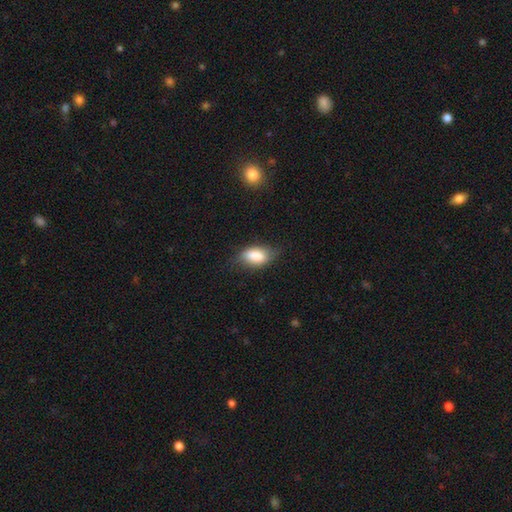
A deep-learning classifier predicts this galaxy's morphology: Q: Smooth or featured?
A: smooth (81%); runner-up: featured or disk (12%)
Q: How rounded?
A: in between (88%); runner-up: round (6%)
Q: Merging?
A: none (60%); runner-up: minor disturbance (29%)